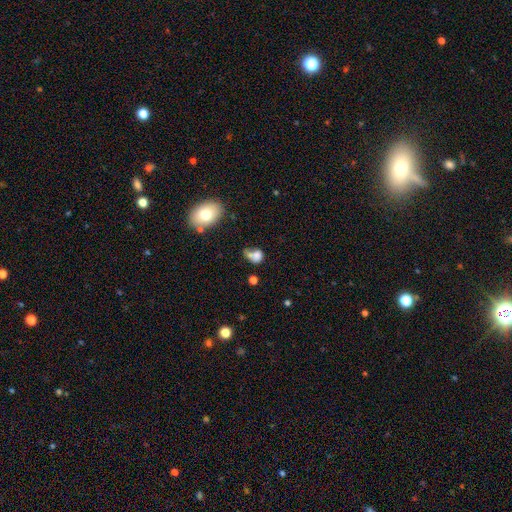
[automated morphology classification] The model was most divided on "merging": merger: 31%, none: 29%, major disturbance: 22%, minor disturbance: 18%. More confident: smooth or featured — smooth (70%); how rounded — in between (55%).